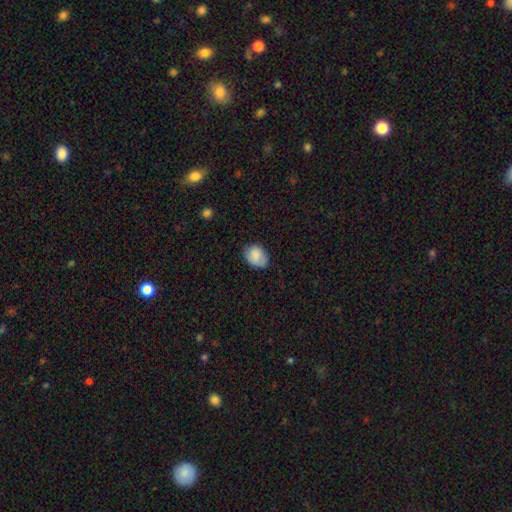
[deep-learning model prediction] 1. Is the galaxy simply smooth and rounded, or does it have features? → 82% smooth, 10% featured or disk, 8% star or artifact.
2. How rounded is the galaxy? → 64% in between, 36% round, 1% cigar-shaped.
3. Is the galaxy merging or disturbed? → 66% none, 27% minor disturbance, 5% major disturbance, 1% merger.